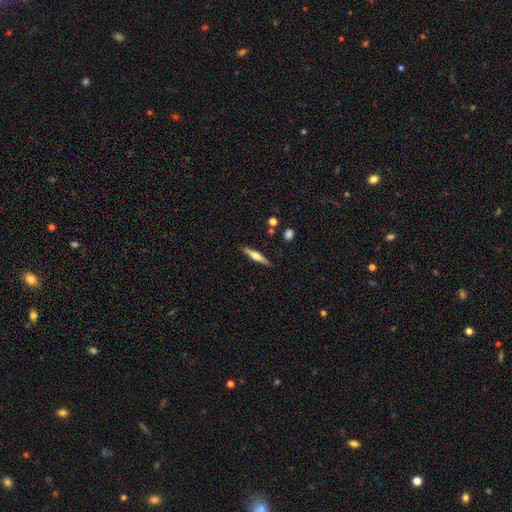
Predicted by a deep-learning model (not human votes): featured or disk 51%, smooth 43%, star or artifact 6%. Down the decision tree: edge-on disk — yes (96%); merging — none (87%).